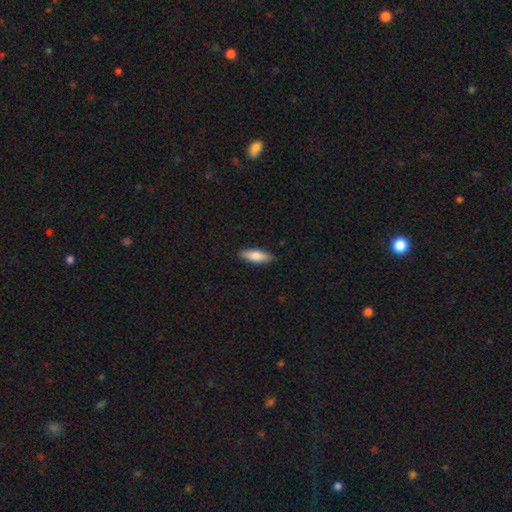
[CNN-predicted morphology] A smooth galaxy with no disk features (80%) that is in between round and cigar-shaped (61%).

Vote fractions:
- Smooth or featured? smooth: 80% / featured or disk: 15% / star or artifact: 5%
- How rounded? in between: 61% / cigar-shaped: 37% / round: 2%
- Merging? none: 88% / minor disturbance: 9% / major disturbance: 2% / merger: 1%